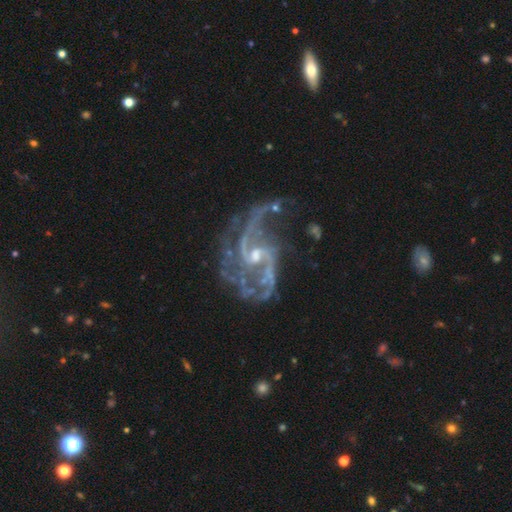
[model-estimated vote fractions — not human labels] A featured or disk galaxy (90%) with a weak bar (50%), 2 (51%) loose (46%) spiral arms (96%) and a small central bulge (59%).

Vote fractions:
- Smooth or featured? featured or disk: 90% / star or artifact: 7% / smooth: 3%
- Edge-on disk? no: 98% / yes: 2%
- Bar? weak: 50% / no: 36% / strong: 14%
- Spiral arms? yes: 96% / no: 4%
- Spiral winding? loose: 46% / medium: 41% / tight: 13%
- Spiral arm count? 2: 51% / 3: 15% / can't tell: 14% / 4: 7% / 1: 7% / more than 4: 6%
- Bulge size? small: 59% / moderate: 35% / none: 3% / large: 1% / dominant: 1%
- Merging? none: 45% / major disturbance: 31% / minor disturbance: 19% / merger: 5%